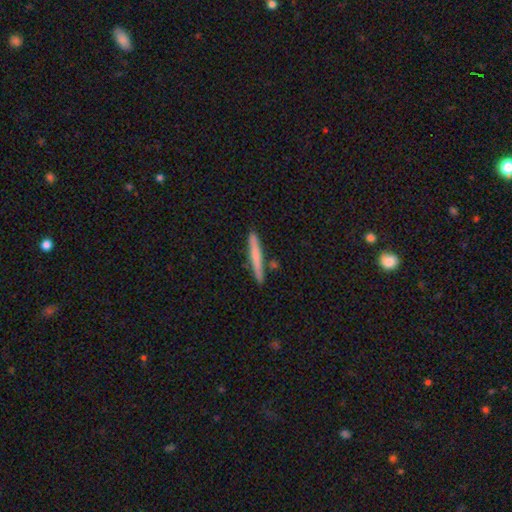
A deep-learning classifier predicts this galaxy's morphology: smooth 62%, featured or disk 32%, star or artifact 6%. Down the decision tree: how rounded — cigar-shaped (96%); merging — none (85%).